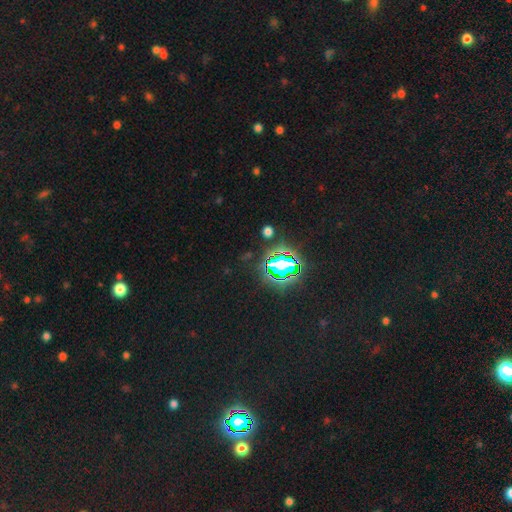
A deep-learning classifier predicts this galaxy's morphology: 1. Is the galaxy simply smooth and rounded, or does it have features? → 82% star or artifact, 12% smooth, 7% featured or disk.